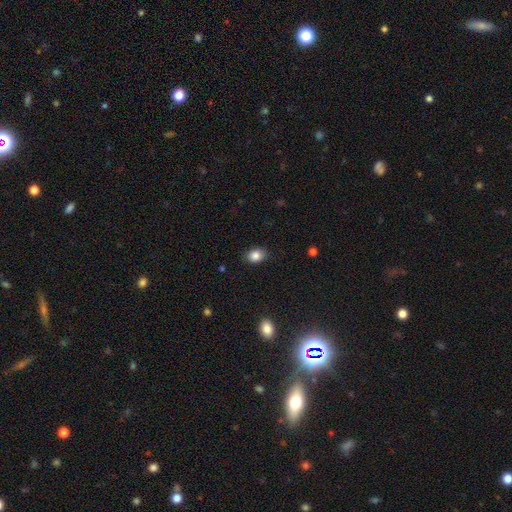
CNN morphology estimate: Q: Smooth or featured?
A: smooth (85%); runner-up: star or artifact (9%)
Q: How rounded?
A: in between (71%); runner-up: round (27%)
Q: Merging?
A: none (85%); runner-up: minor disturbance (12%)